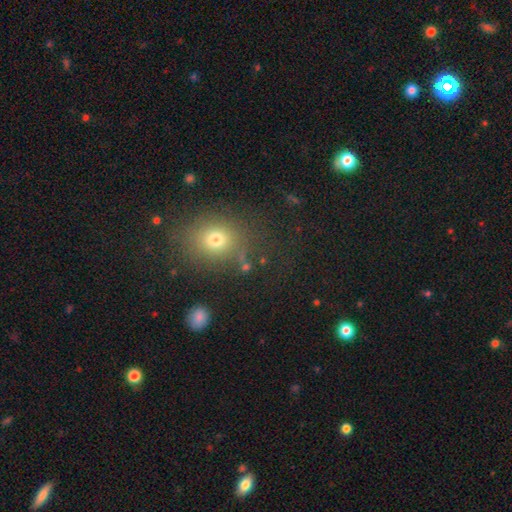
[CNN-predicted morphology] Smooth or featured: smooth — 60% (star or artifact — 31%)
How rounded: round — 59% (in between — 39%)
Merging: none — 82% (minor disturbance — 11%)